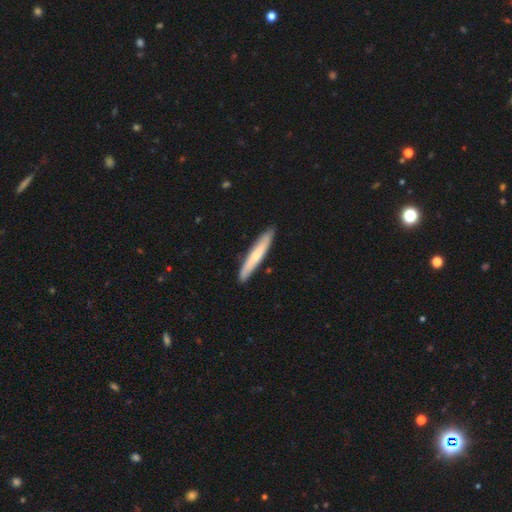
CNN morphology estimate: Smooth or featured?
  - smooth: 59% *
  - featured or disk: 36%
  - star or artifact: 5%
How rounded?
  - cigar-shaped: 94% *
  - in between: 5%
  - round: 1%
Merging?
  - none: 89% *
  - minor disturbance: 8%
  - major disturbance: 1%
  - merger: 1%